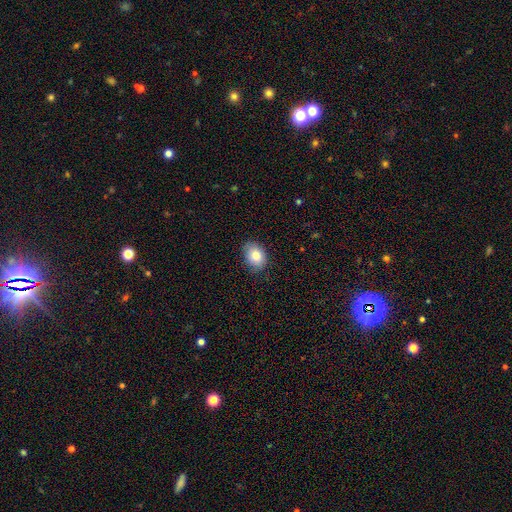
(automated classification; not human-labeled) Overall: smooth (83%). How rounded: in between (73%). Merging: none (84%).